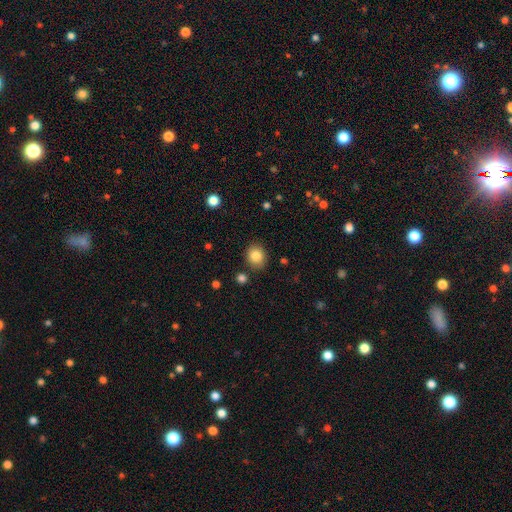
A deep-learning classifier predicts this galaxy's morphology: Smooth or featured? Predicted: smooth (p=0.85). How rounded? Predicted: round (p=0.70). Merging? Predicted: none (p=0.85).